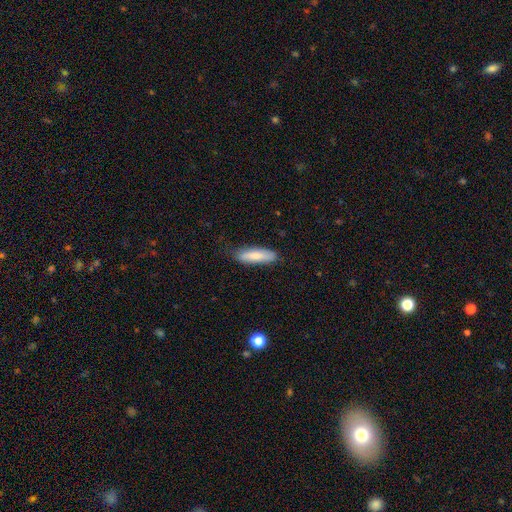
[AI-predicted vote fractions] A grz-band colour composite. It shows a smooth galaxy with no disk features (80%) that is cigar-shaped (59%). Merging: none (78%).